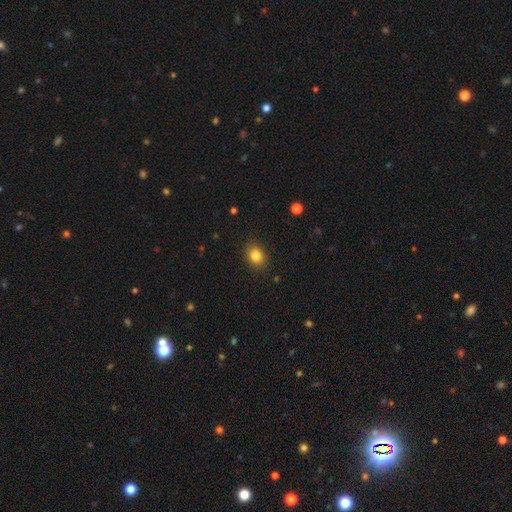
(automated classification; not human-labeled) This is clearly a smooth galaxy (83%). How rounded: possibly in between (50%). Merging: clearly none (88%).